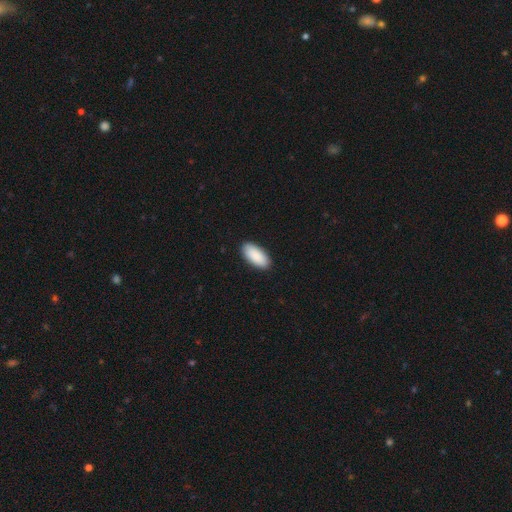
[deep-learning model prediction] Overall: smooth (91%). How rounded: in between (92%). Merging: none (90%).